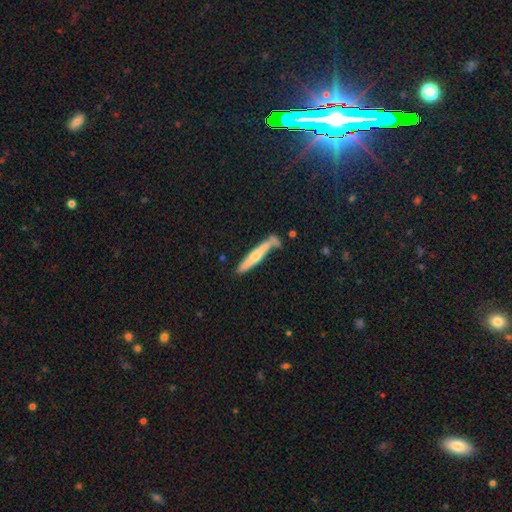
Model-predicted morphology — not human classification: type=smooth (50%); roundness=cigar-shaped (92%); merging=none (67%).